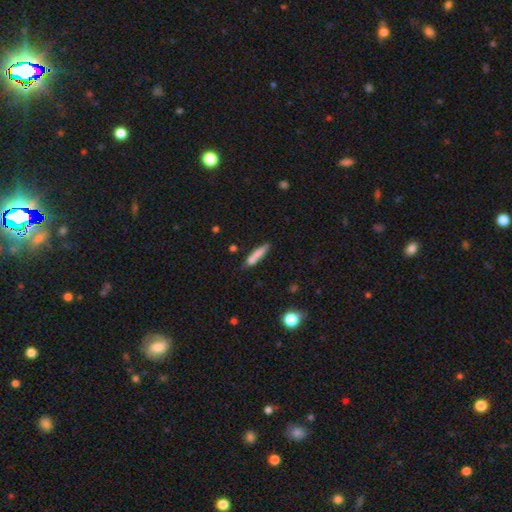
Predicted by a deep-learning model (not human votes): Smooth or featured: smooth — 76% (featured or disk — 17%)
How rounded: cigar-shaped — 87% (in between — 11%)
Merging: none — 68% (minor disturbance — 19%)